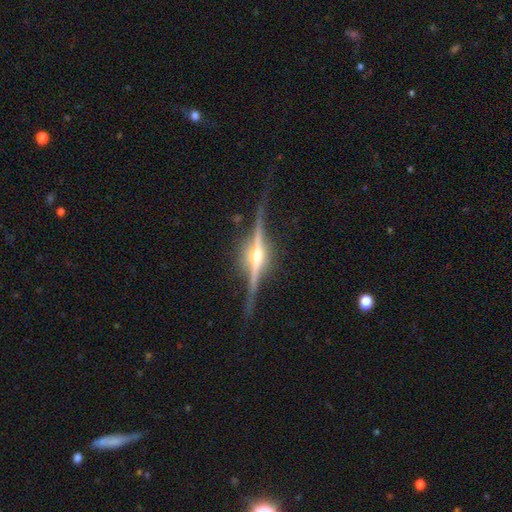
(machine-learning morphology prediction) smooth_or_featured: featured or disk (p=0.91) [alt: star or artifact p=0.05]
disk_edge_on: yes (p=0.98) [alt: no p=0.02]
edge_on_bulge: rounded (p=0.94) [alt: boxy p=0.04]
merging: none (p=0.87) [alt: minor disturbance p=0.10]